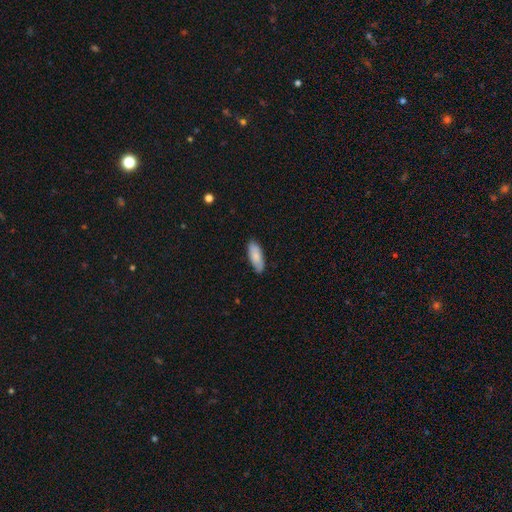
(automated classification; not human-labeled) Smooth or featured? smooth (84%)
How rounded? in between (74%)
Merging? none (87%)